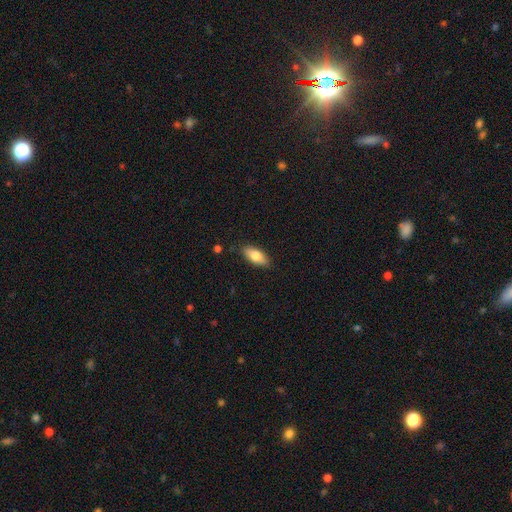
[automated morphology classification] Smooth or featured?
  - smooth: 76% *
  - featured or disk: 18%
  - star or artifact: 6%
How rounded?
  - in between: 81% *
  - cigar-shaped: 17%
  - round: 3%
Merging?
  - none: 85% *
  - minor disturbance: 12%
  - major disturbance: 2%
  - merger: 1%